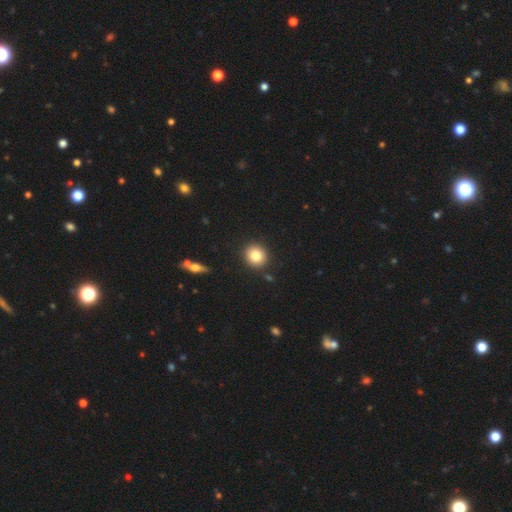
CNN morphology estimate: The model was most divided on "smooth or featured": smooth: 82%, star or artifact: 10%, featured or disk: 8%. More confident: merging — none (90%); how rounded — round (86%).